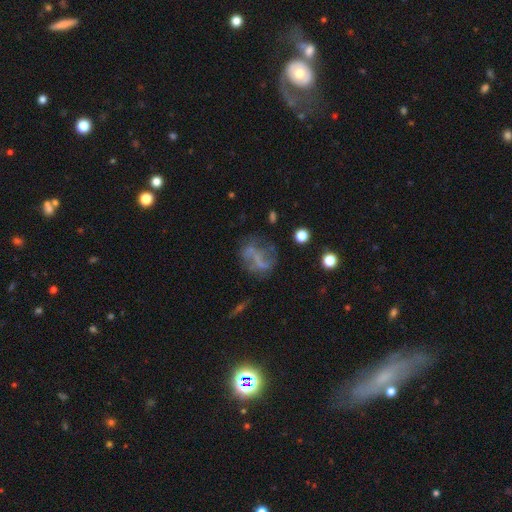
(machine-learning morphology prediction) Overall: featured or disk (52%; smooth 28%). Edge-on disk: no (96%). Merging: none (49%; major disturbance 23%).